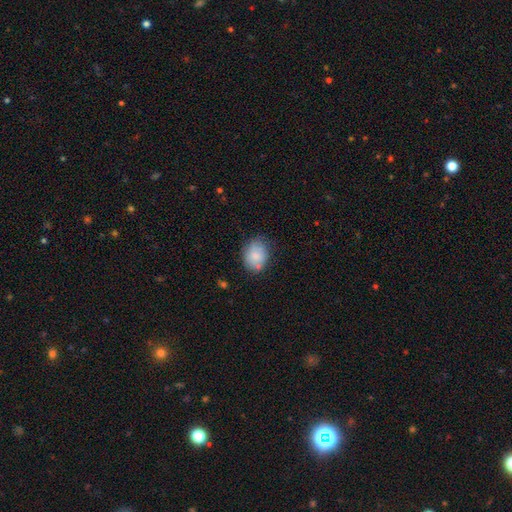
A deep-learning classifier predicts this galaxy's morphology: smooth 81%, featured or disk 12%, star or artifact 8%. Down the decision tree: how rounded — in between (58%); merging — none (66%).